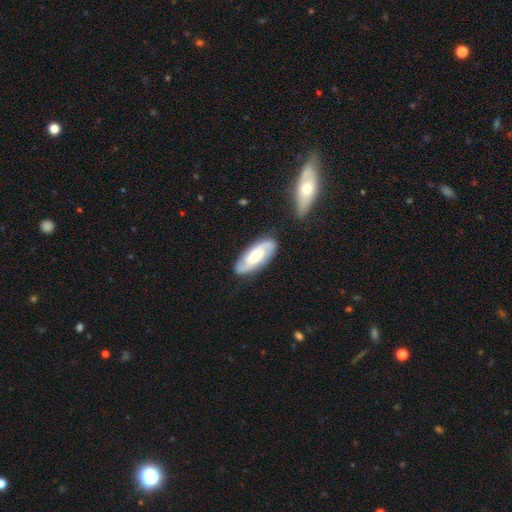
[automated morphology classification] smooth-or-featured: featured or disk: 64% | smooth: 31% | star or artifact: 5%
  disk-edge-on: no: 90% | yes: 10%
    bar: no: 58% | weak: 32% | strong: 10%
    has-spiral-arms: yes: 89% | no: 11%
      spiral-winding: tight: 43% | medium: 40% | loose: 17%
      spiral-arm-count: 2: 72% | can't tell: 16% | 3: 6% | 1: 2% | 4: 2% | more than 4: 2%
    bulge-size: moderate: 56% | small: 33% | large: 8% | none: 2% | dominant: 1%
  merging: none: 82% | minor disturbance: 12% | major disturbance: 3% | merger: 3%